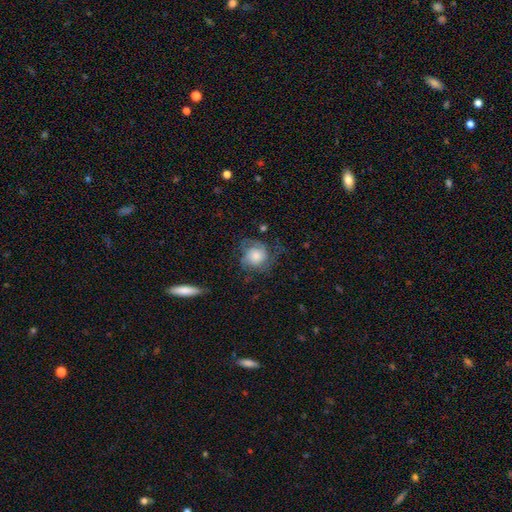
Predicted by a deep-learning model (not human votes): Smooth or featured? Predicted: smooth (p=0.46). Merging? Predicted: none (p=0.53).